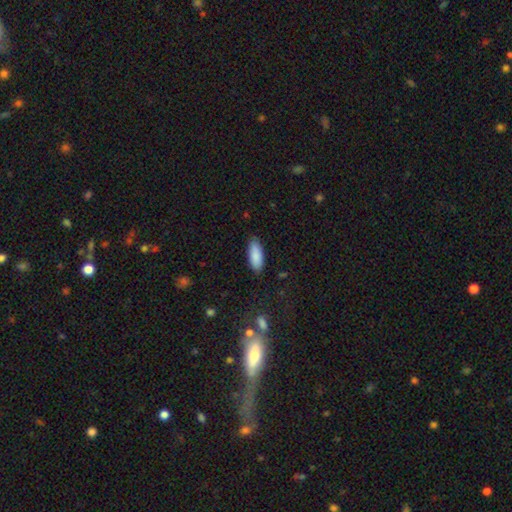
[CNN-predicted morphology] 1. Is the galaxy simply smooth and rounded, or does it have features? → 88% smooth, 6% star or artifact, 6% featured or disk.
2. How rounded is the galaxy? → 75% in between, 24% cigar-shaped, 2% round.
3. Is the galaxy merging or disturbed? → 86% none, 11% minor disturbance, 2% major disturbance, 1% merger.